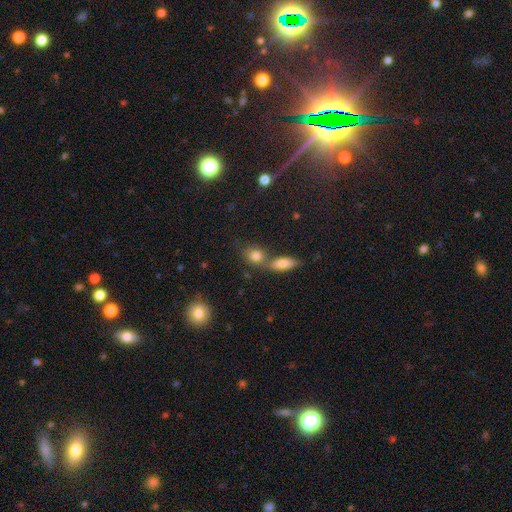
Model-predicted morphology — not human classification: Smooth or featured? Predicted: smooth (p=0.81). How rounded? Predicted: round (p=0.53). Merging? Predicted: none (p=0.46).